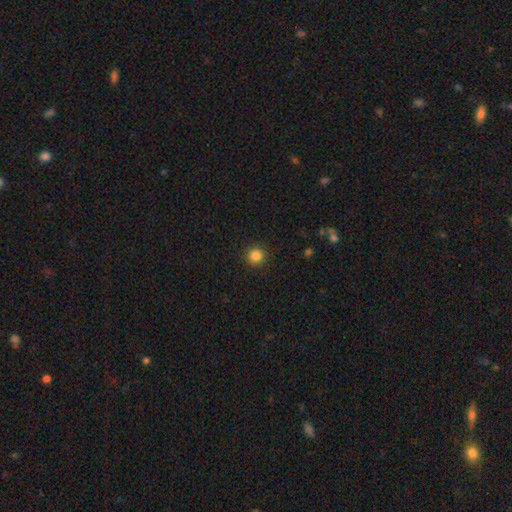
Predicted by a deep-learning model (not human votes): This appears to be a smooth galaxy with no disk features (85%) that is round (94%). Merging: none (92%).